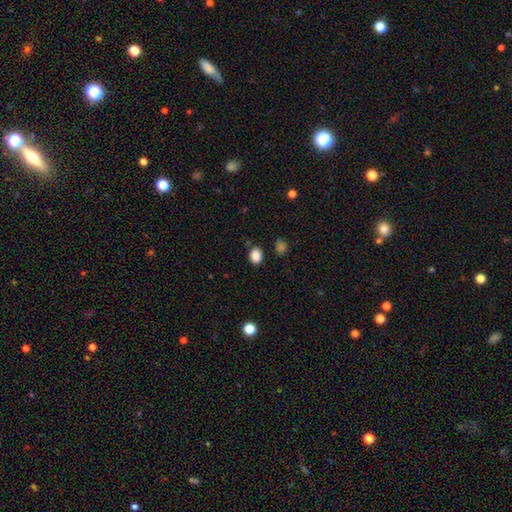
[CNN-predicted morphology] smooth-or-featured: smooth: 86% | star or artifact: 11% | featured or disk: 3%
  how-rounded: in between: 50% | round: 49% | cigar-shaped: 1%
  merging: none: 79% | minor disturbance: 14% | merger: 4% | major disturbance: 4%